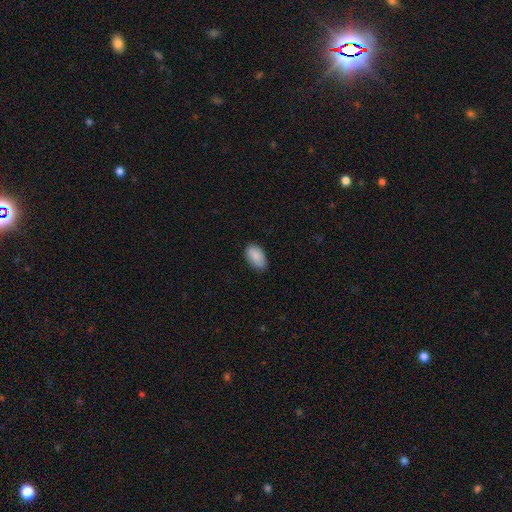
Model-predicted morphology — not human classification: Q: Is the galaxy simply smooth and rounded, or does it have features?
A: smooth — 88%.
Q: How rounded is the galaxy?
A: in between — 94%.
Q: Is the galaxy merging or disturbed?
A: none — 80%.